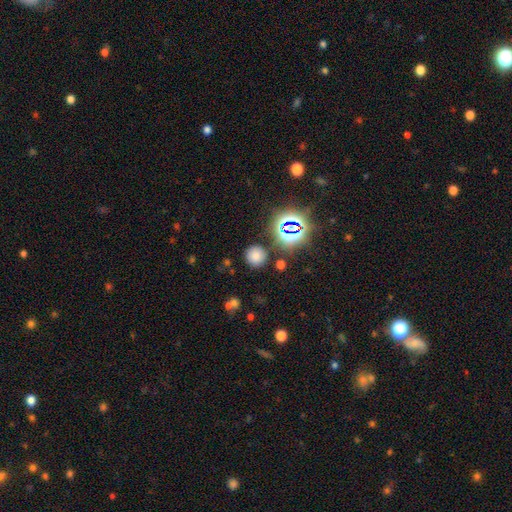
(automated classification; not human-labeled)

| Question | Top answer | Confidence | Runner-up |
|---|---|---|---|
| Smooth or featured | smooth | 71% | star or artifact (22%) |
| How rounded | round | 92% | in between (7%) |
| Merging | none | 85% | minor disturbance (8%) |